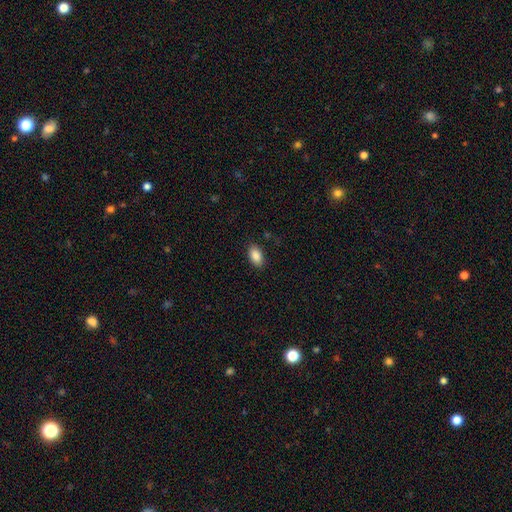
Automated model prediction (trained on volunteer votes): Morphology: type=smooth (88%); roundness=in between (92%); merging=none (87%).